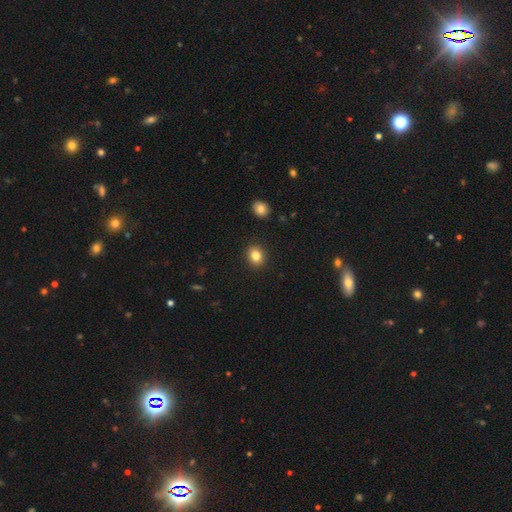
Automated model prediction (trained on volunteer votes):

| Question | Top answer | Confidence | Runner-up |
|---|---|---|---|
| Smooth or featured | smooth | 83% | star or artifact (11%) |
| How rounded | round | 66% | in between (33%) |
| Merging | none | 91% | minor disturbance (6%) |